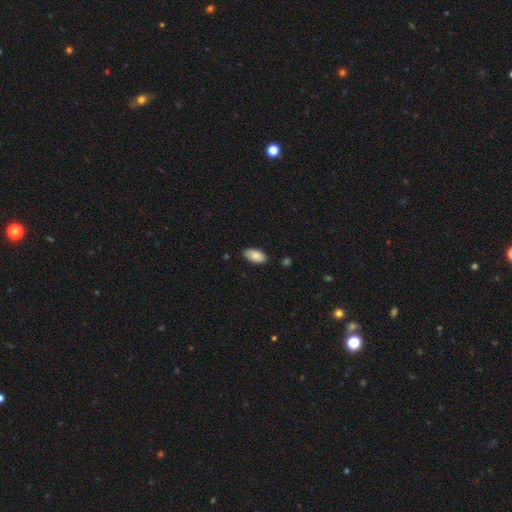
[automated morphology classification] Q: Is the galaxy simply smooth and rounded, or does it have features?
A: smooth — 86%.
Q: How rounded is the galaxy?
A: in between — 95%.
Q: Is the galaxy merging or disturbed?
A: none — 83%.